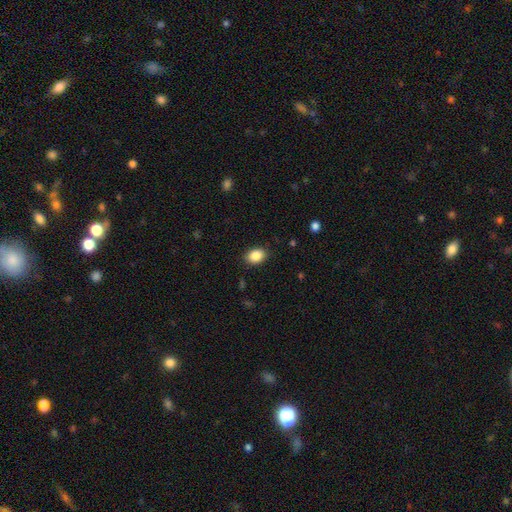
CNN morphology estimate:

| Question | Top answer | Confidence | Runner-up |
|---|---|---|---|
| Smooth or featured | smooth | 87% | star or artifact (8%) |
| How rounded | in between | 79% | round (20%) |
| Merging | none | 88% | minor disturbance (9%) |